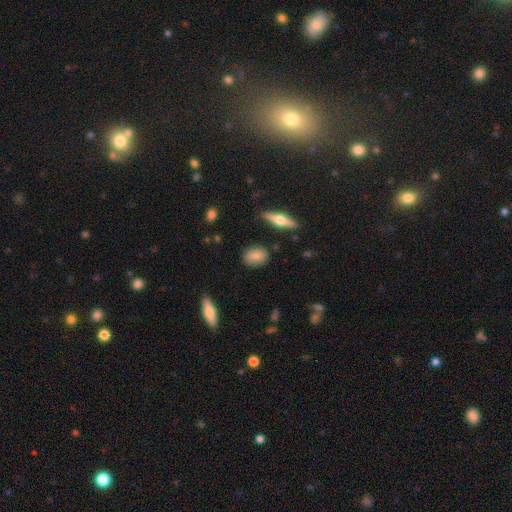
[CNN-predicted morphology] Overall: smooth (76%). How rounded: in between (58%; round 37%). Merging: none (84%).